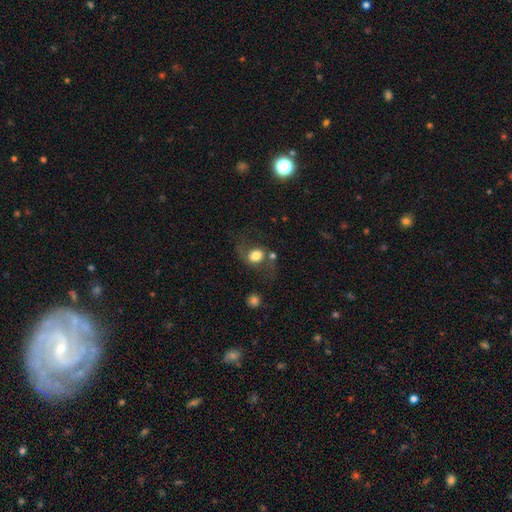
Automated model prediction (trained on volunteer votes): smooth-or-featured: smooth: 59% | featured or disk: 32% | star or artifact: 9%
  how-rounded: in between: 51% | round: 47% | cigar-shaped: 2%
  merging: none: 50% | minor disturbance: 21% | major disturbance: 21% | merger: 9%